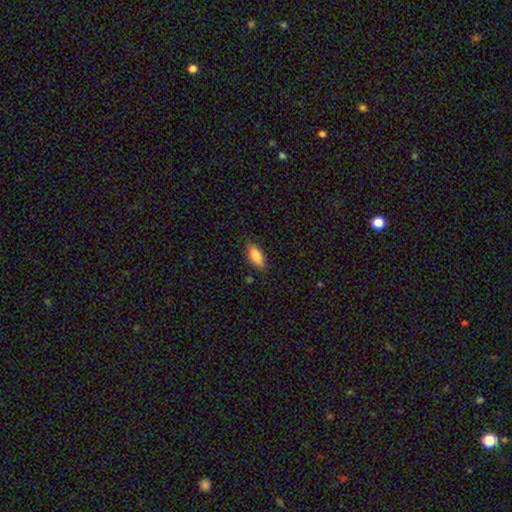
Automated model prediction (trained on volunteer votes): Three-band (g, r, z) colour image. It shows a smooth galaxy with no disk features (84%) that is in between round and cigar-shaped (84%). Merging: none (83%).